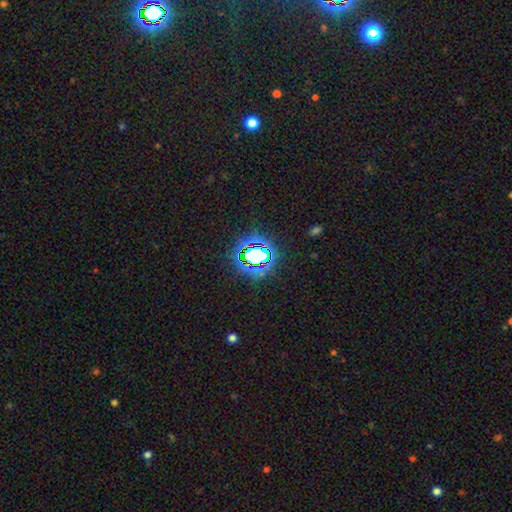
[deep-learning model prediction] smooth_or_featured: star or artifact (p=0.70) [alt: smooth p=0.19]